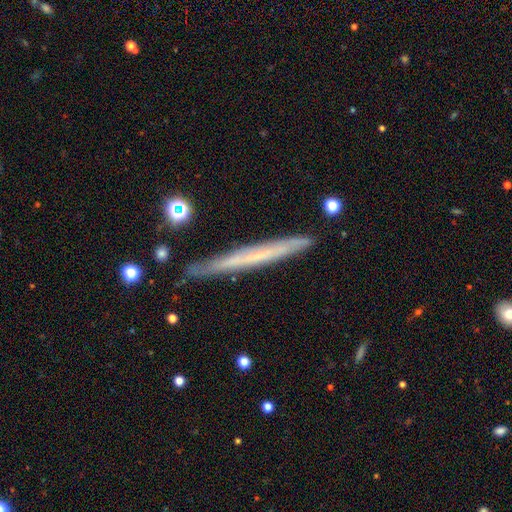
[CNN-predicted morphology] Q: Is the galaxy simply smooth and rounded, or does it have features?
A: featured or disk — 54%.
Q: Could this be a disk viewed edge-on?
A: yes — 94%.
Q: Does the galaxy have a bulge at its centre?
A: none — 88%.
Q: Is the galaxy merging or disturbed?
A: none — 84%.